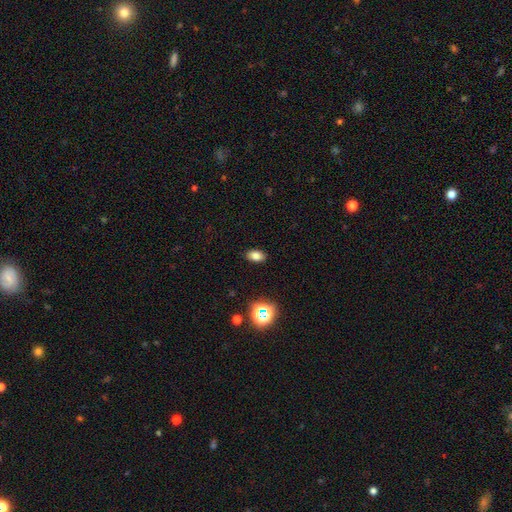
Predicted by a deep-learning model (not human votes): Q: Smooth or featured?
A: smooth (79%); runner-up: star or artifact (14%)
Q: How rounded?
A: in between (88%); runner-up: round (10%)
Q: Merging?
A: none (88%); runner-up: minor disturbance (8%)